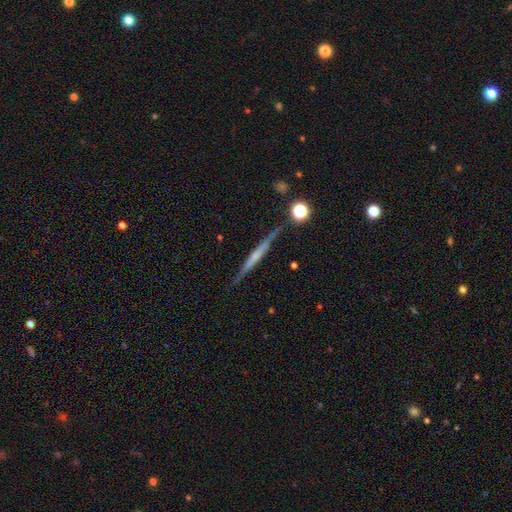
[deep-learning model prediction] This is likely a featured or disk galaxy (62%). It is clearly viewed edge-on (96%). Edge-on bulge: likely none (66%). Merging: clearly none (84%).